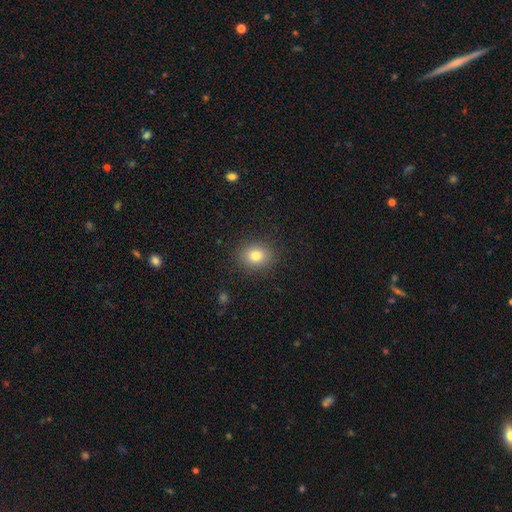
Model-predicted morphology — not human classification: smooth 80%, star or artifact 12%, featured or disk 8%. Down the decision tree: how rounded — round (62%); merging — none (88%).